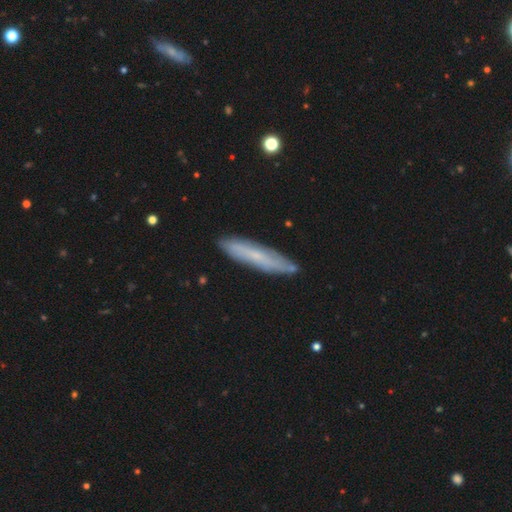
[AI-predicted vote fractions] Smooth or featured: smooth — 53% (featured or disk — 39%)
How rounded: cigar-shaped — 87% (in between — 11%)
Merging: none — 86% (minor disturbance — 11%)